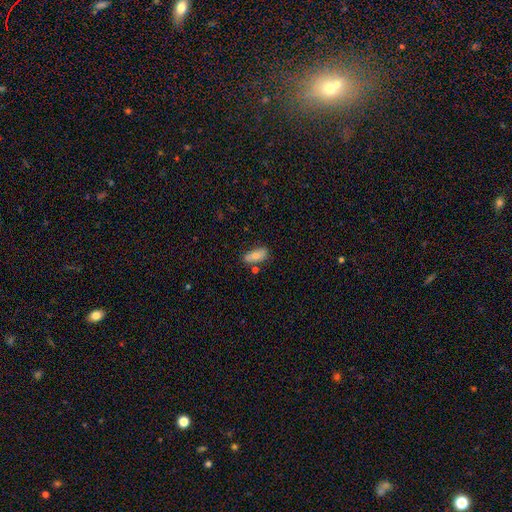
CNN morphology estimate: smooth 73%, featured or disk 19%, star or artifact 7%. Down the decision tree: how rounded — in between (83%); merging — none (71%).